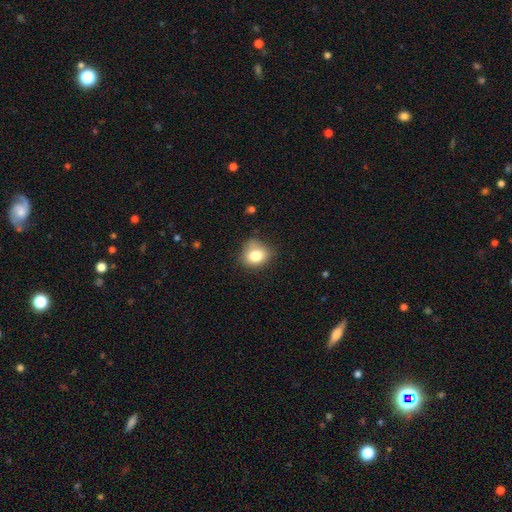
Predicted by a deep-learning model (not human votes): Overall: smooth (79%). How rounded: round (64%; in between 35%). Merging: none (62%; minor disturbance 28%).